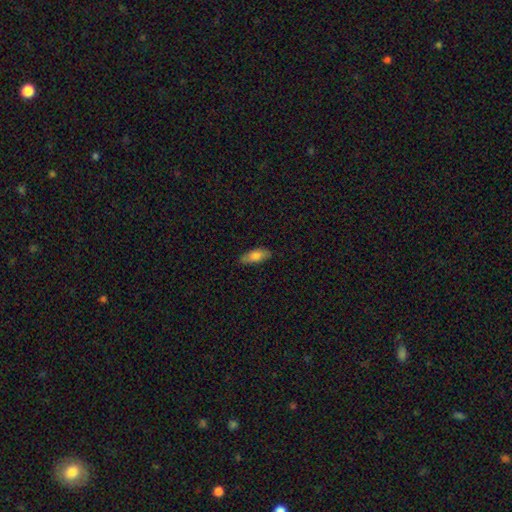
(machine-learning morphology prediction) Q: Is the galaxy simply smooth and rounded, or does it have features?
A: smooth — 78%.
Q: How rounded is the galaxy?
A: in between — 77%.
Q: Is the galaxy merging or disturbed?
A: none — 83%.